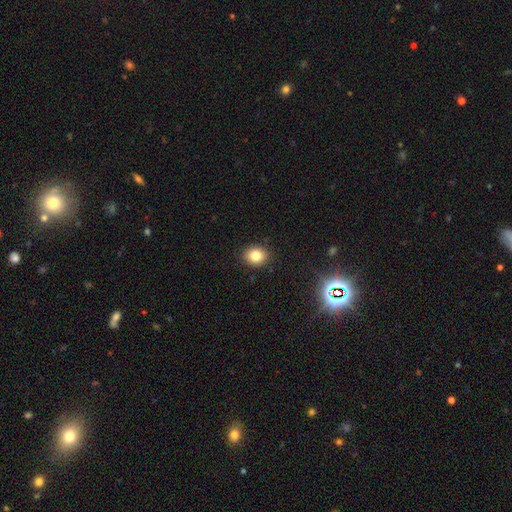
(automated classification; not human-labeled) Smooth or featured? smooth (81%)
How rounded? round (64%)
Merging? none (90%)